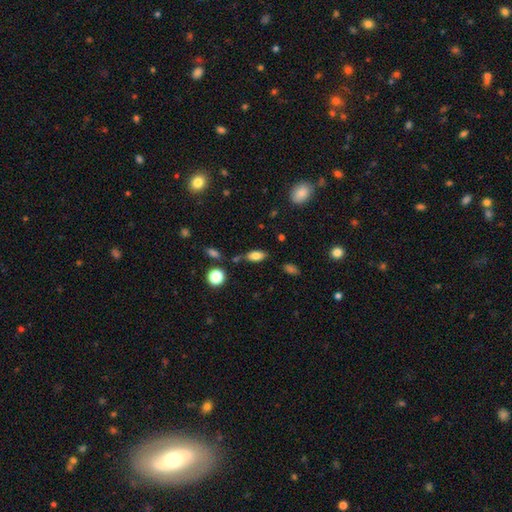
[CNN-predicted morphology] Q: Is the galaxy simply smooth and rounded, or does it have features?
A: smooth — 76%.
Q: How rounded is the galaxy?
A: in between — 84%.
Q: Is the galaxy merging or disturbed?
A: none — 68%.